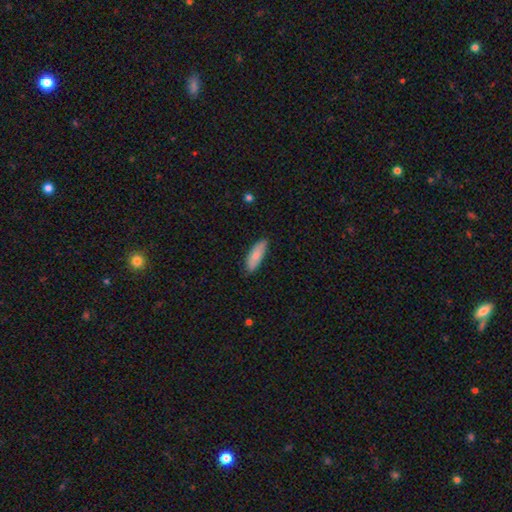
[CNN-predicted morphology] A smooth galaxy with no disk features (80%) that is in between round and cigar-shaped (60%). Merging: none (82%).